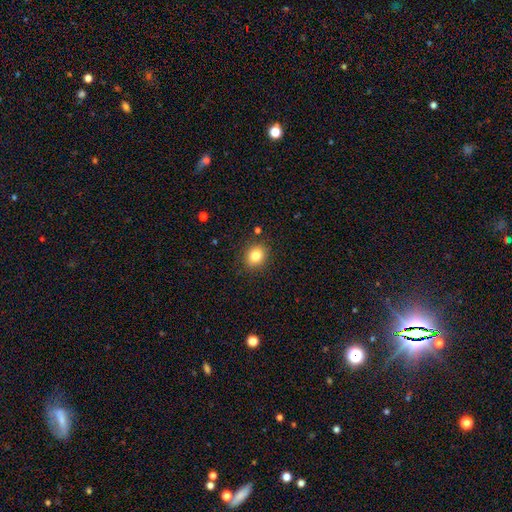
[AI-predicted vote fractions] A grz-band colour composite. It shows a smooth galaxy with no disk features (81%) that is round (61%). Merging: none (87%).